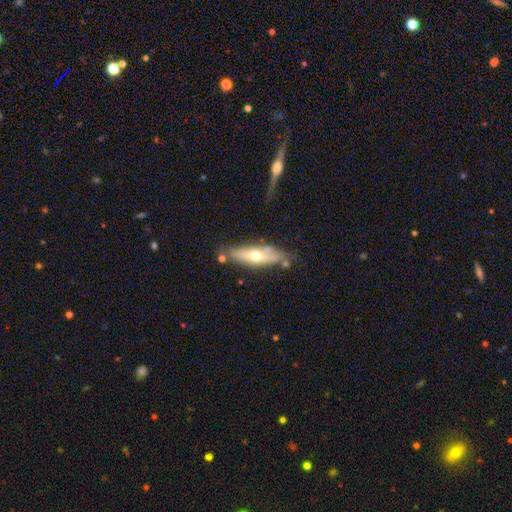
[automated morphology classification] Smooth or featured? featured or disk (49%)
Merging? none (65%)